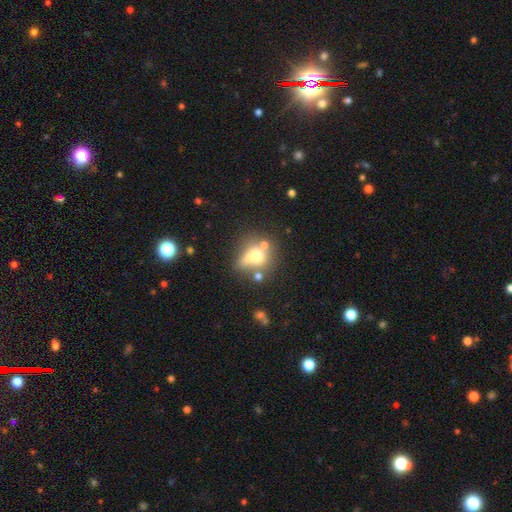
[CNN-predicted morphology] Smooth or featured?
  - smooth: 58% *
  - featured or disk: 27%
  - star or artifact: 15%
How rounded?
  - round: 61% *
  - in between: 36%
  - cigar-shaped: 3%
Merging?
  - merger: 36% *
  - none: 34%
  - minor disturbance: 16%
  - major disturbance: 15%